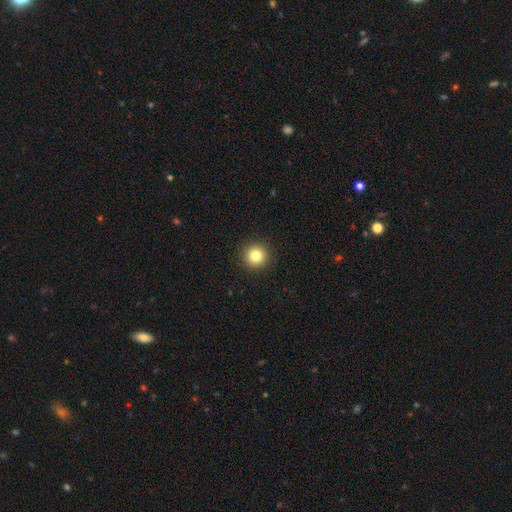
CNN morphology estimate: A smooth galaxy with no disk features (82%) that is round (94%). Merging: none (93%).